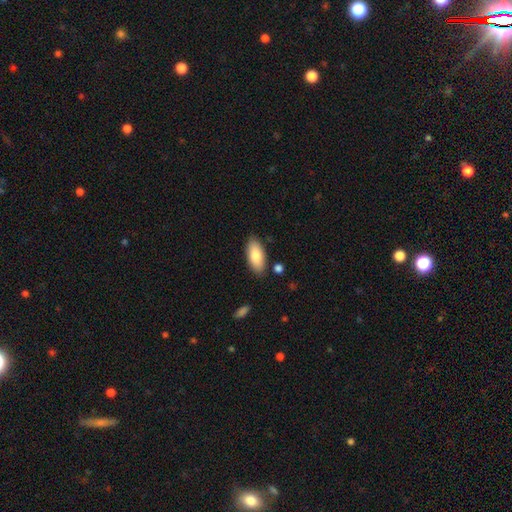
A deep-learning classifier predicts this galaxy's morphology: Smooth or featured? smooth (82%)
How rounded? in between (87%)
Merging? none (84%)